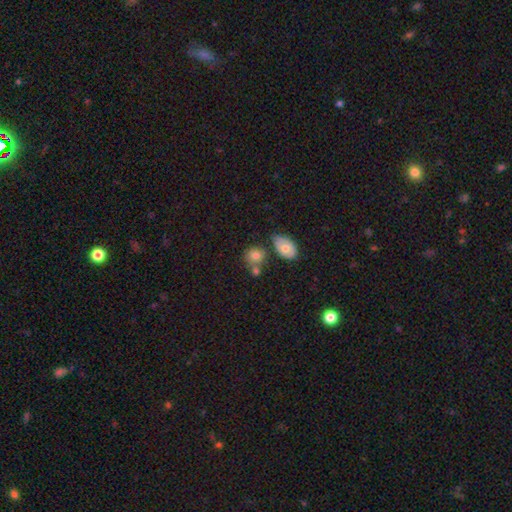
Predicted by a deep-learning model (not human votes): smooth 73%, featured or disk 17%, star or artifact 10%. Down the decision tree: how rounded — round (66%); merging — none (53%).